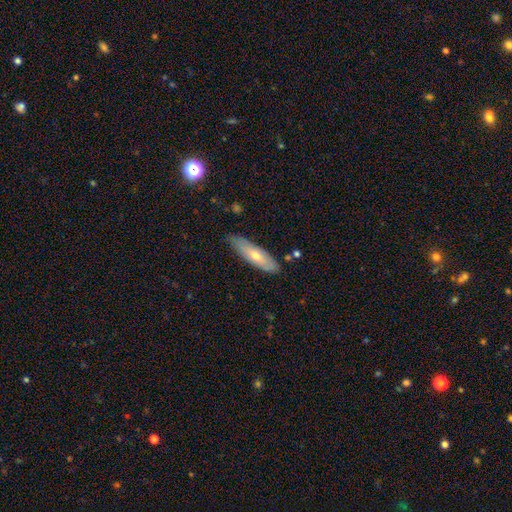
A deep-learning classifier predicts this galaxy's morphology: A smooth galaxy with no disk features (53%) that is cigar-shaped (63%). Merging: none (80%).